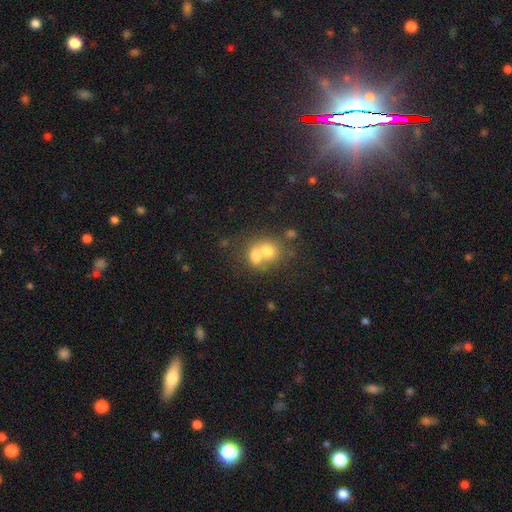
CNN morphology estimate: smooth 70%, featured or disk 19%, star or artifact 11%. Down the decision tree: how rounded — round (57%); merging — merger (66%).